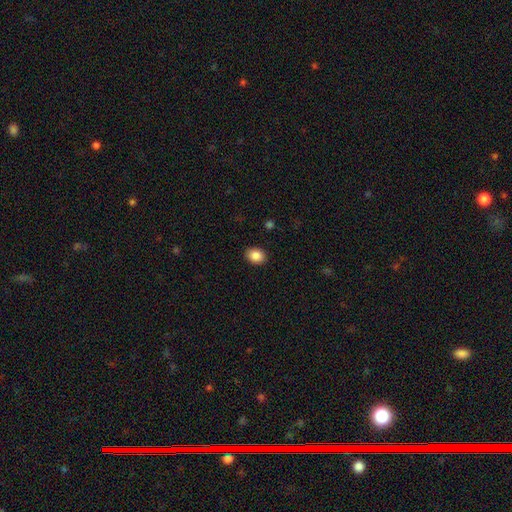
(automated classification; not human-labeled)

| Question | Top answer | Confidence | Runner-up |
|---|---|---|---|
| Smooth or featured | smooth | 87% | star or artifact (8%) |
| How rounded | in between | 59% | round (40%) |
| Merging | none | 90% | minor disturbance (7%) |